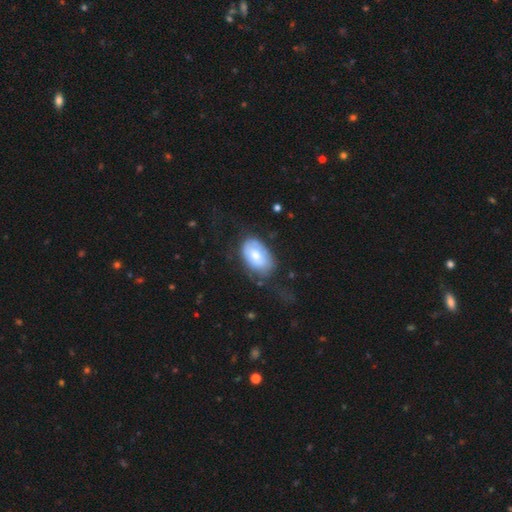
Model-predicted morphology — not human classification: Overall: smooth (62%; featured or disk 32%). How rounded: in between (91%). Merging: none (49%; minor disturbance 30%).